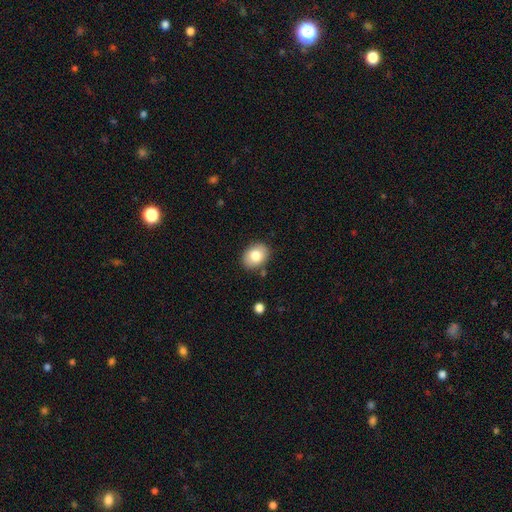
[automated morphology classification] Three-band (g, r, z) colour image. It shows a smooth galaxy with no disk features (80%) that is in between round and cigar-shaped (67%). Merging: none (85%).